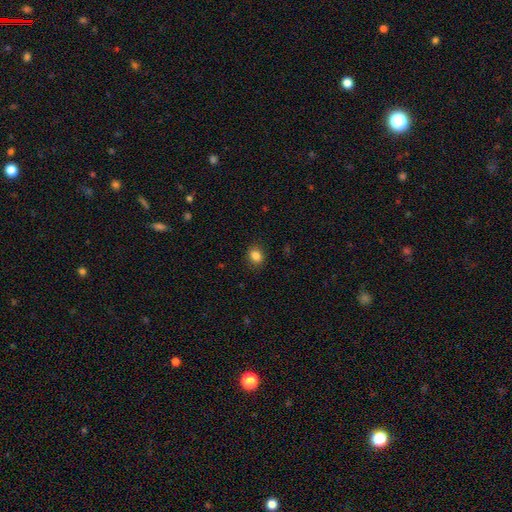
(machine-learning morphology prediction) Q: Smooth or featured?
A: smooth (85%); runner-up: star or artifact (11%)
Q: How rounded?
A: round (58%); runner-up: in between (41%)
Q: Merging?
A: none (87%); runner-up: minor disturbance (10%)